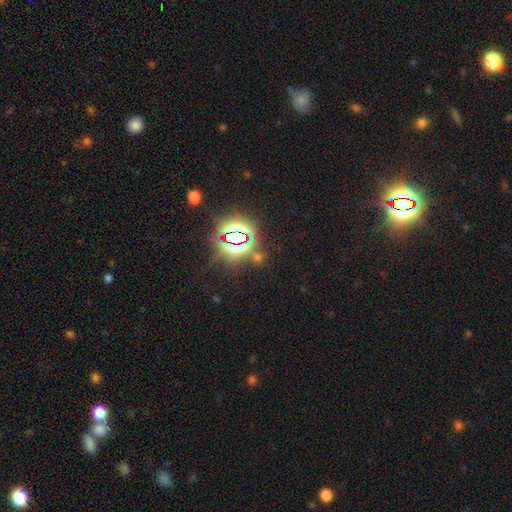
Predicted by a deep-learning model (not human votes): This appears to be a star or artifact, not a galaxy (82%).